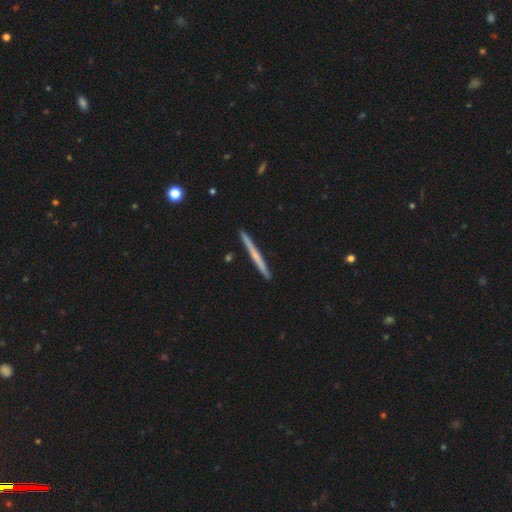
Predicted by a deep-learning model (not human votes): Overall: featured or disk (50%; smooth 45%). Merging: none (92%).